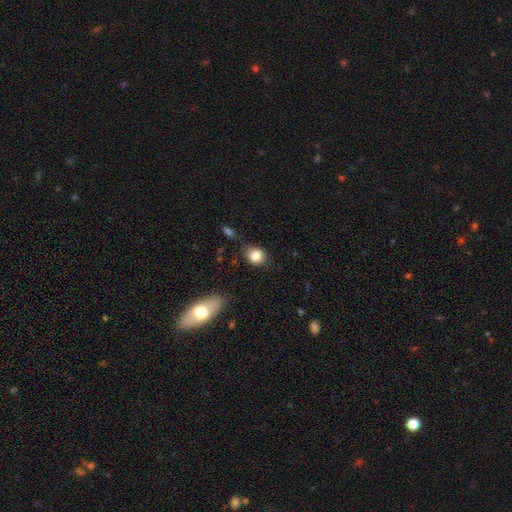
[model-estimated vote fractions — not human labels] The model was most divided on "how rounded": round: 61%, in between: 37%, cigar-shaped: 1%. More confident: smooth or featured — smooth (83%); merging — none (70%).